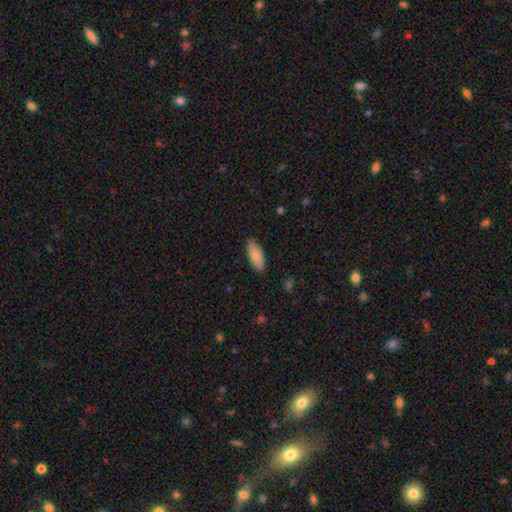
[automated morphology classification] The model was most divided on "how rounded": in between: 79%, cigar-shaped: 19%, round: 2%. More confident: merging — none (87%); smooth or featured — smooth (85%).